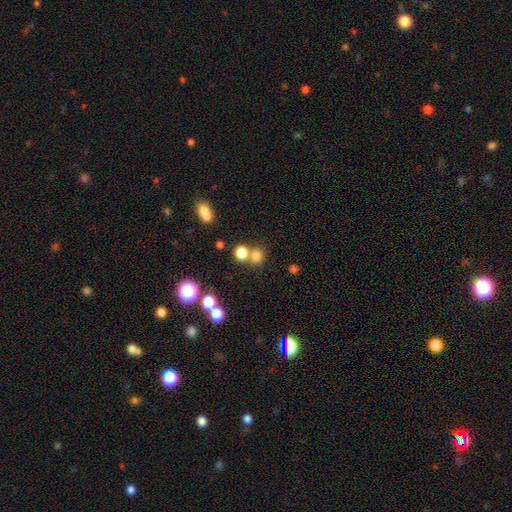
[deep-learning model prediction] Smooth or featured? smooth (75%)
How rounded? round (76%)
Merging? none (57%)